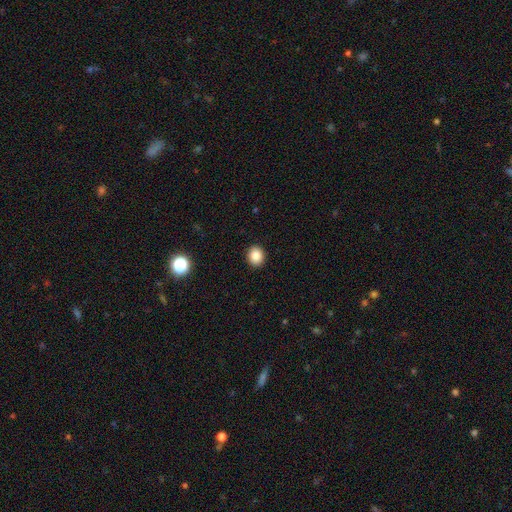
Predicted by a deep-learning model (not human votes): smooth_or_featured: smooth (p=0.85) [alt: star or artifact p=0.10]
how_rounded: round (p=0.73) [alt: in between p=0.26]
merging: none (p=0.92) [alt: minor disturbance p=0.05]